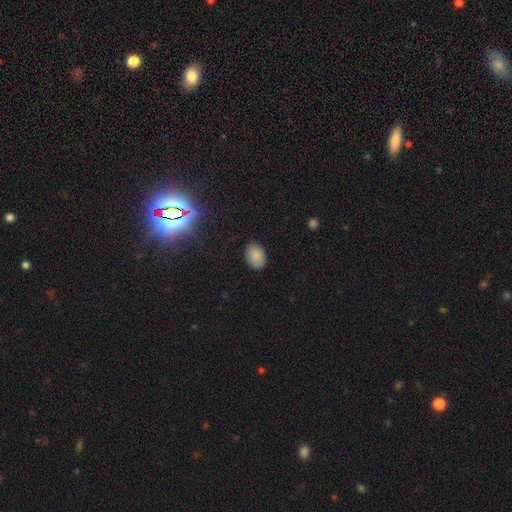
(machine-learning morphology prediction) This is clearly a smooth galaxy (85%). How rounded: likely in between (77%). Merging: clearly none (85%).